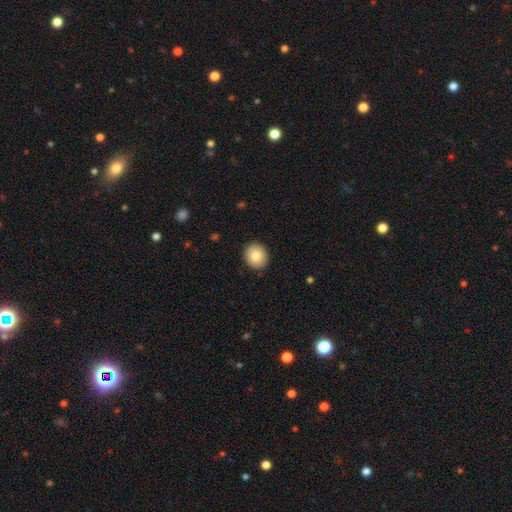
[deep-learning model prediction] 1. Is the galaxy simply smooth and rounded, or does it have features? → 85% smooth, 8% star or artifact, 7% featured or disk.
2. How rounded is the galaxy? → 81% round, 18% in between, 1% cigar-shaped.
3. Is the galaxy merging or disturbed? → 91% none, 6% minor disturbance, 2% major disturbance, 1% merger.